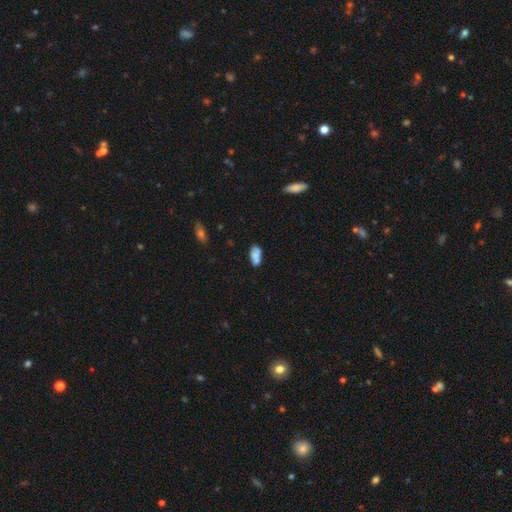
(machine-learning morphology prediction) smooth 74%, featured or disk 18%, star or artifact 9%. Down the decision tree: how rounded — in between (89%); merging — none (54%).